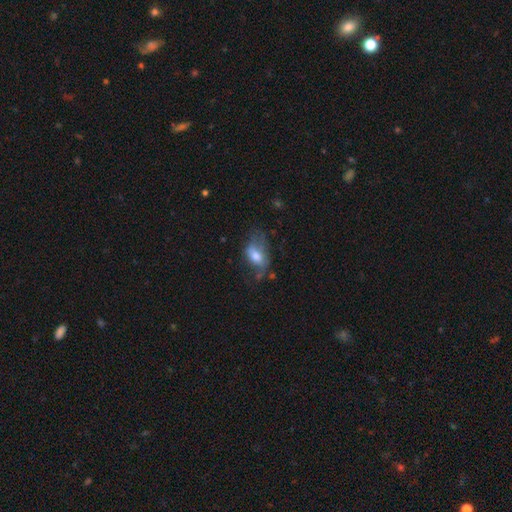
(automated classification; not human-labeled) smooth 60%, featured or disk 32%, star or artifact 9%. Down the decision tree: how rounded — in between (86%); merging — none (33%, tied with major disturbance).